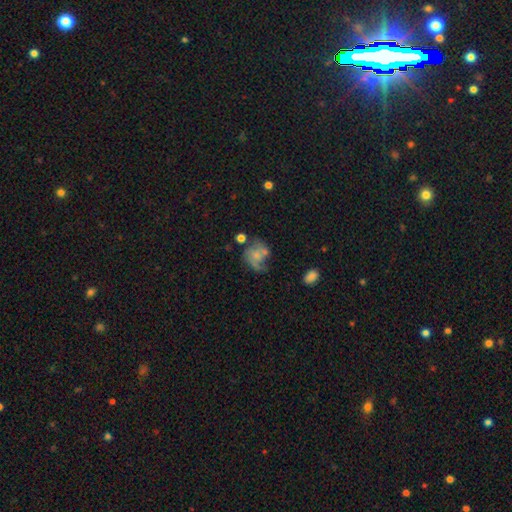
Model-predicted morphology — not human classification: Smooth or featured? featured or disk (56%)
Edge-on disk? no (98%)
Bar? no (76%)
Spiral arms? yes (76%)
Bulge size? small (40%)
Merging? none (37%)